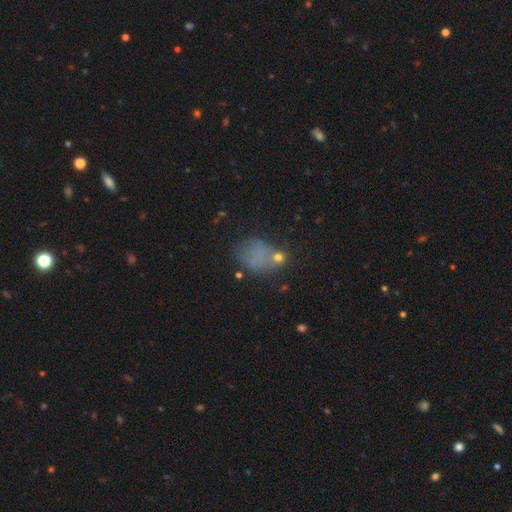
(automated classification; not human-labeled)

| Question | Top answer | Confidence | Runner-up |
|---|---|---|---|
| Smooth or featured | smooth | 62% | star or artifact (20%) |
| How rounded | in between | 49% | tied: round (49%) |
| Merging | none | 44% | minor disturbance (23%) |